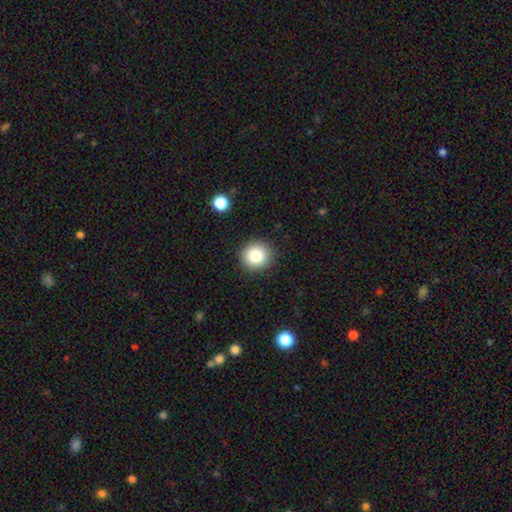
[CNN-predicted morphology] smooth-or-featured: smooth: 81% | star or artifact: 11% | featured or disk: 8%
  how-rounded: round: 92% | in between: 7% | cigar-shaped: 1%
  merging: none: 91% | minor disturbance: 6% | major disturbance: 2% | merger: 1%